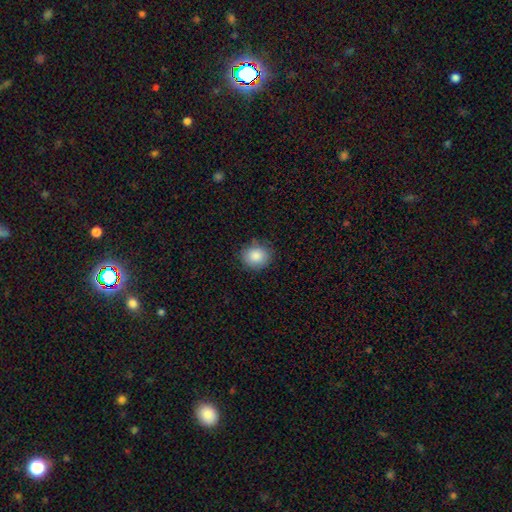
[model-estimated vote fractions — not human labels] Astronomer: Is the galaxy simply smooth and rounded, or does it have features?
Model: smooth — 87%.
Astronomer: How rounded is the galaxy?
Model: round — 75%.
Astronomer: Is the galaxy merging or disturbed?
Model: none — 84%.